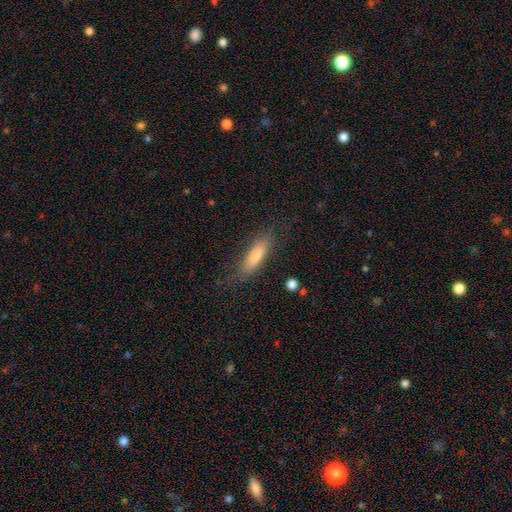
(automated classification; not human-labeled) The model was most divided on "how rounded": cigar-shaped: 58%, in between: 40%, round: 2%. More confident: merging — none (77%); smooth or featured — smooth (71%).